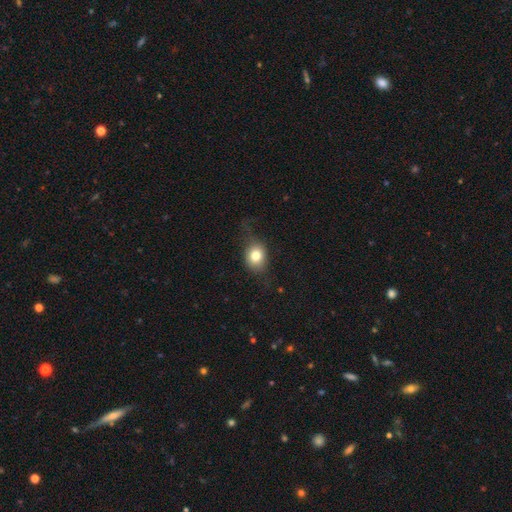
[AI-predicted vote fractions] smooth-or-featured: smooth: 76% | featured or disk: 14% | star or artifact: 10%
  how-rounded: round: 53% | in between: 45% | cigar-shaped: 1%
  merging: none: 63% | minor disturbance: 24% | major disturbance: 12% | merger: 1%